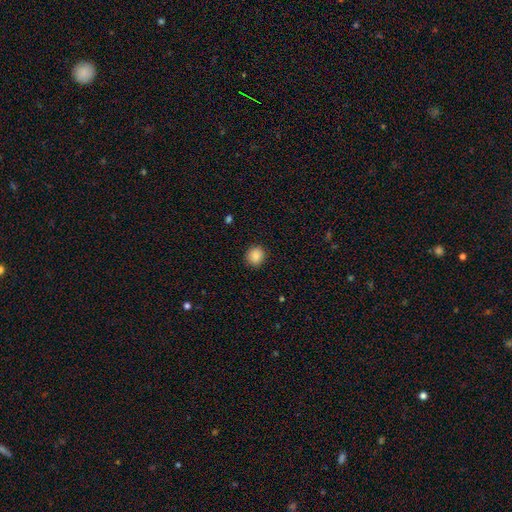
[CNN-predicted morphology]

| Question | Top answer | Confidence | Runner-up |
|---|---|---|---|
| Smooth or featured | smooth | 86% | star or artifact (9%) |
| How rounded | round | 86% | in between (14%) |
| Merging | none | 90% | minor disturbance (7%) |